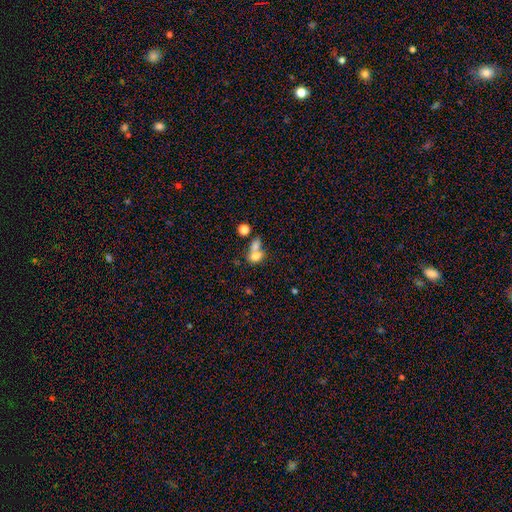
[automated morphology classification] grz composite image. It shows a smooth galaxy with no disk features (72%) that is in between round and cigar-shaped (72%). Merging: merger (61%).